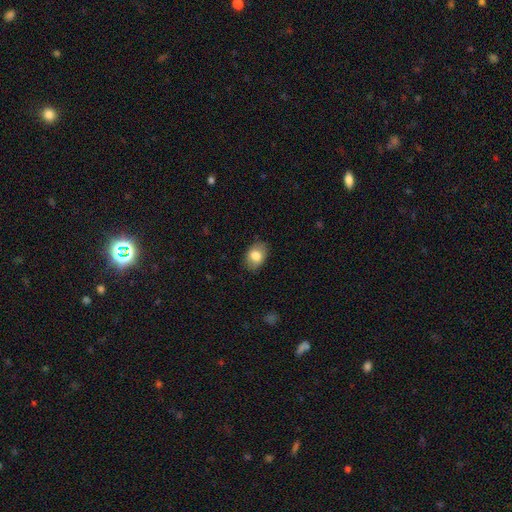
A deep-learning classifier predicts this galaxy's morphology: A smooth galaxy with no disk features (79%) that is in between round and cigar-shaped (78%).

Vote fractions:
- Smooth or featured? smooth: 79% / featured or disk: 13% / star or artifact: 7%
- How rounded? in between: 78% / round: 21% / cigar-shaped: 1%
- Merging? none: 83% / minor disturbance: 13% / major disturbance: 3% / merger: 1%